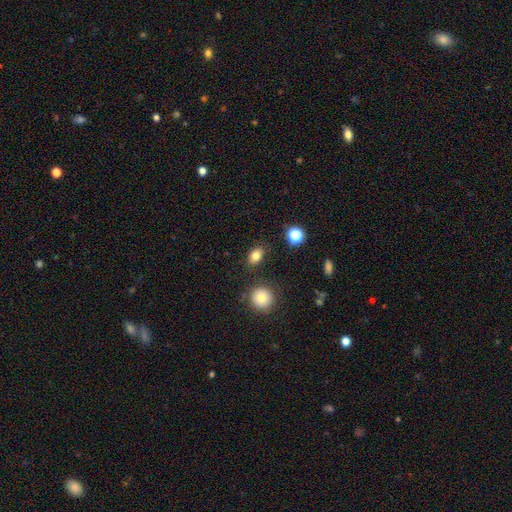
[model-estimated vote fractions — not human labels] smooth 80%, star or artifact 12%, featured or disk 9%. Down the decision tree: how rounded — in between (73%); merging — none (84%).